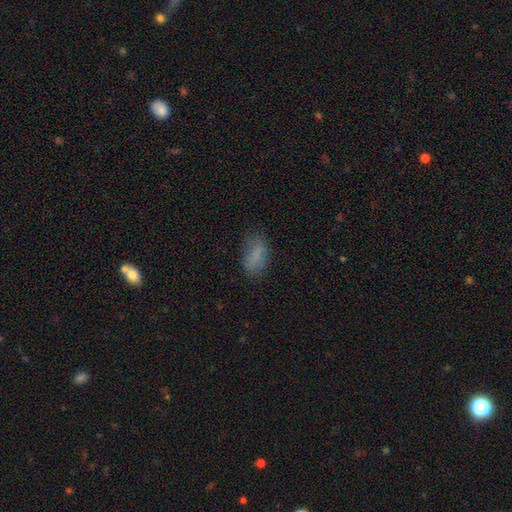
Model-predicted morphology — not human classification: This is likely a smooth galaxy (80%). How rounded: clearly in between (91%). Merging: likely none (69%).